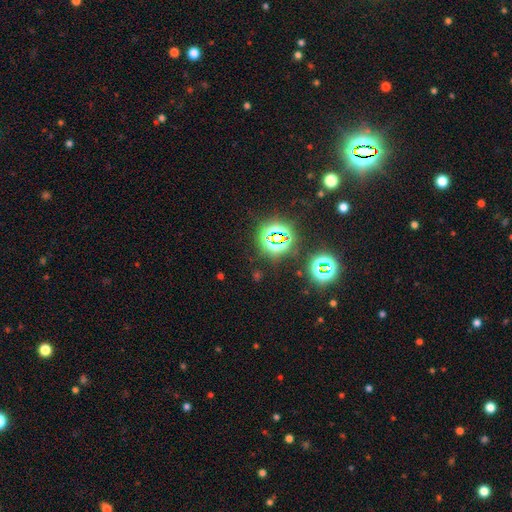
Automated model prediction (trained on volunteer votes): Overall: star or artifact (78%).